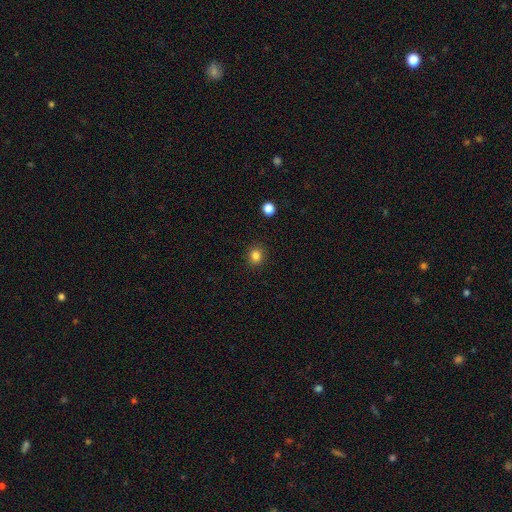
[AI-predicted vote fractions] The model was most divided on "how rounded": round: 81%, in between: 18%, cigar-shaped: 1%. More confident: merging — none (90%); smooth or featured — smooth (83%).